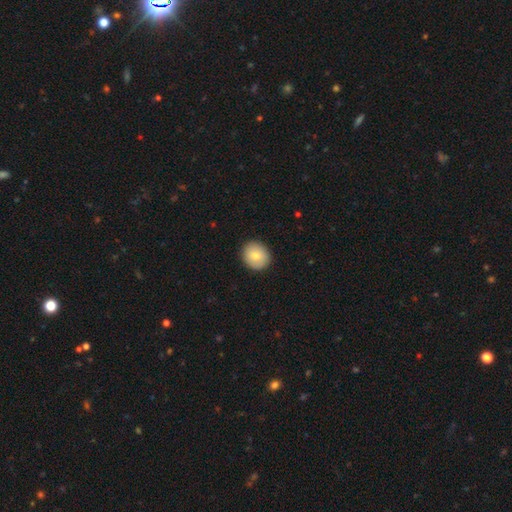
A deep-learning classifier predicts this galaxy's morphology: This appears to be a smooth galaxy with no disk features (82%) that is round (77%). Merging: none (90%).